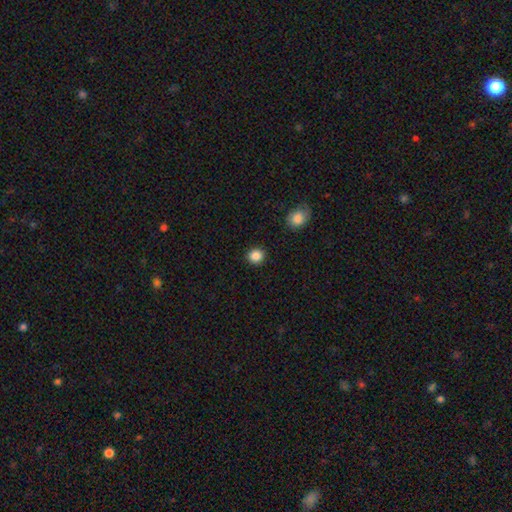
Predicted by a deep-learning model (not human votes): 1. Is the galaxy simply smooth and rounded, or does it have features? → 87% smooth, 10% star or artifact, 3% featured or disk.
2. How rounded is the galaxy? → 85% round, 14% in between, 1% cigar-shaped.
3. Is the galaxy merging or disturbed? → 91% none, 6% minor disturbance, 2% major disturbance, 1% merger.